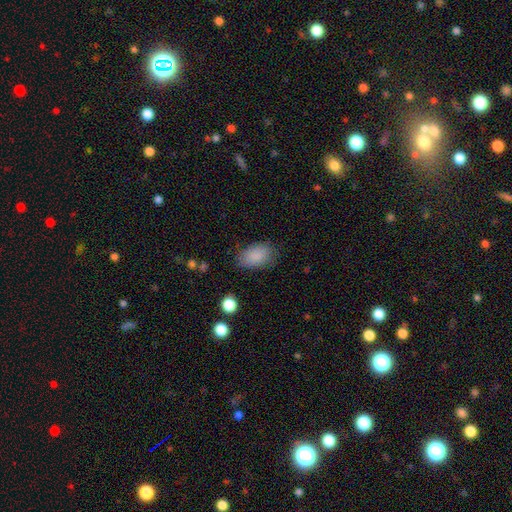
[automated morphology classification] smooth 87%, star or artifact 8%, featured or disk 5%. Down the decision tree: how rounded — in between (91%); merging — none (79%).